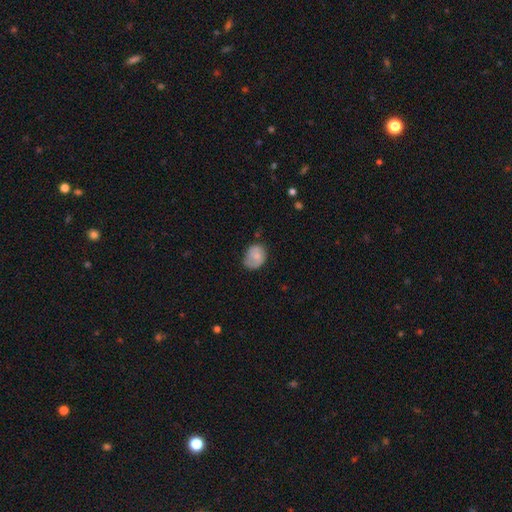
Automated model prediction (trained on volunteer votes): smooth-or-featured: smooth: 61% | featured or disk: 32% | star or artifact: 7%
  how-rounded: in between: 54% | round: 45% | cigar-shaped: 1%
  merging: none: 55% | minor disturbance: 33% | major disturbance: 10% | merger: 2%